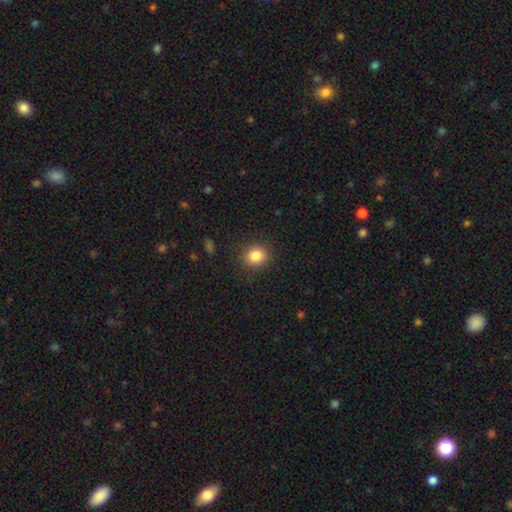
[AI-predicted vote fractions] Smooth or featured? Predicted: smooth (p=0.84). How rounded? Predicted: round (p=0.75). Merging? Predicted: none (p=0.88).